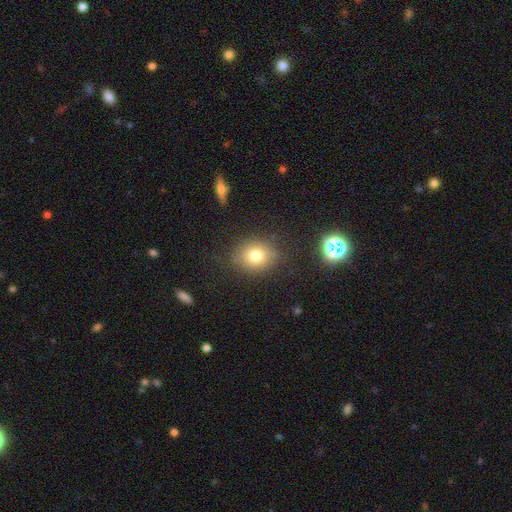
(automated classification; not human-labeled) Smooth or featured? smooth (76%)
How rounded? round (66%)
Merging? none (81%)